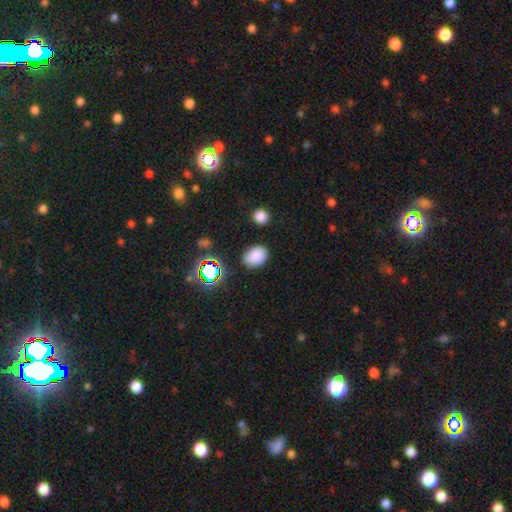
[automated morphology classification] smooth 81%, star or artifact 13%, featured or disk 5%. Down the decision tree: how rounded — in between (70%); merging — none (82%).